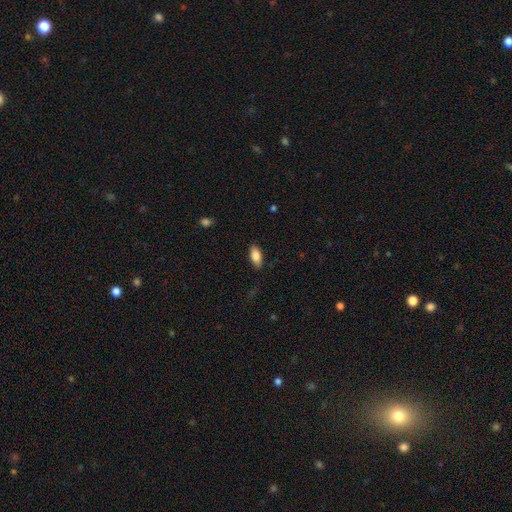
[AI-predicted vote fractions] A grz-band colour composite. It shows a smooth galaxy with no disk features (84%) that is in between round and cigar-shaped (85%). Merging: none (87%).